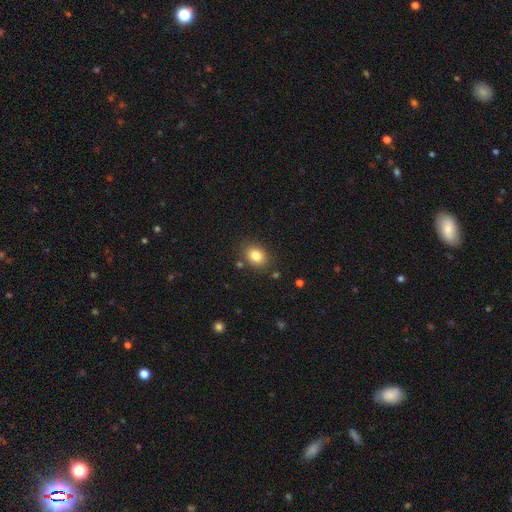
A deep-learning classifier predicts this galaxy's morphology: Smooth or featured: smooth — 82% (star or artifact — 10%)
How rounded: in between — 56% (round — 43%)
Merging: none — 82% (minor disturbance — 11%)